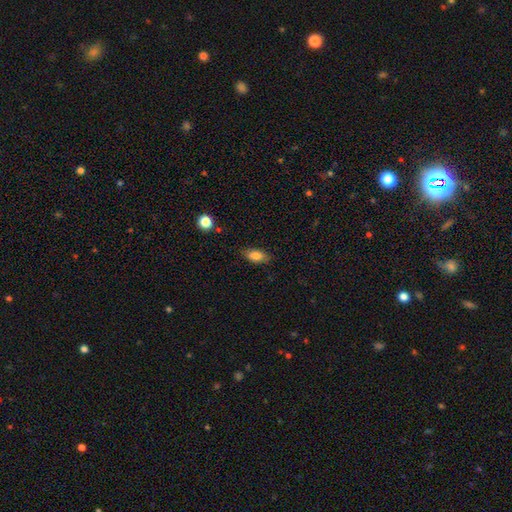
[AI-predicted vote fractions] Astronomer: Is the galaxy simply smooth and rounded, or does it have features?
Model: smooth — 84%.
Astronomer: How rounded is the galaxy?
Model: in between — 88%.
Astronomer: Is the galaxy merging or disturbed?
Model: none — 83%.